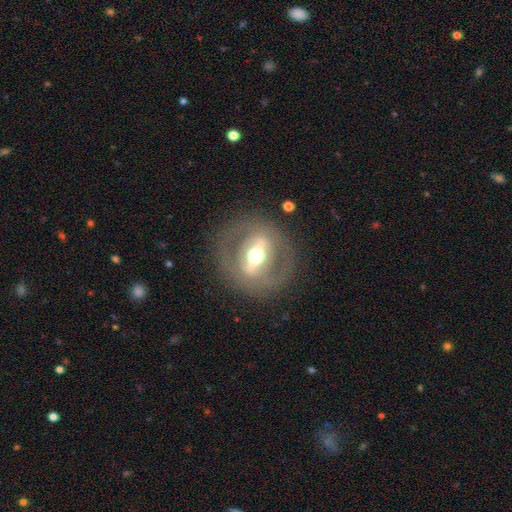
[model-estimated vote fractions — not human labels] A featured or disk galaxy (75%) with a strong bar (73%), no spiral arms (84%) and a moderate central bulge (68%). Merging: none (83%).